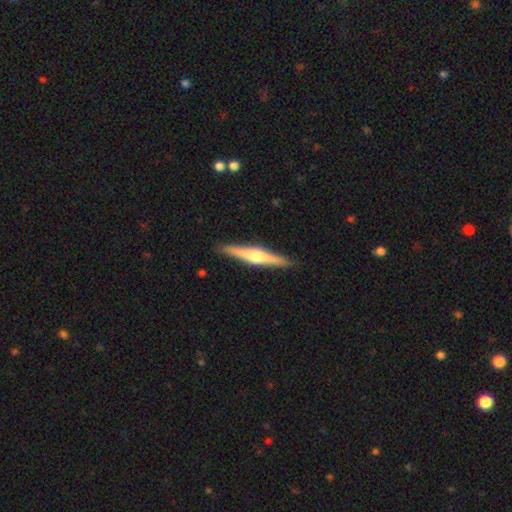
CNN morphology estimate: The model was most divided on "smooth or featured": featured or disk: 69%, smooth: 26%, star or artifact: 5%. More confident: edge-on disk — yes (98%); merging — none (91%); edge-on bulge — rounded (90%).